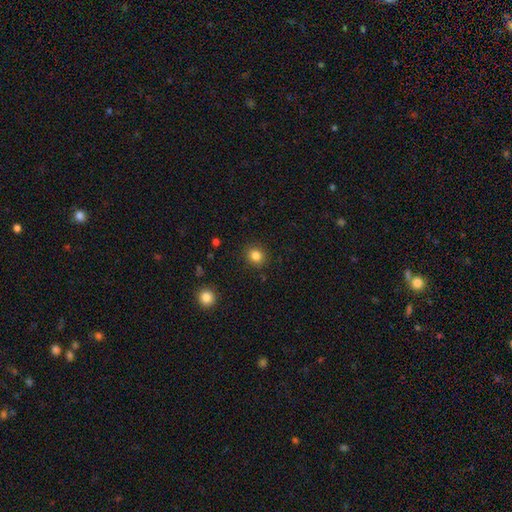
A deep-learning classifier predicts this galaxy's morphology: Smooth or featured: smooth — 83% (star or artifact — 12%)
How rounded: round — 79% (in between — 20%)
Merging: none — 89% (minor disturbance — 7%)